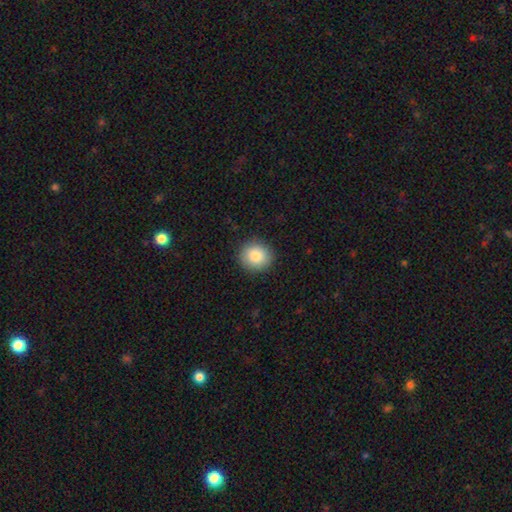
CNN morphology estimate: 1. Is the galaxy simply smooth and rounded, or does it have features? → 84% smooth, 8% star or artifact, 8% featured or disk.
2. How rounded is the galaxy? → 88% round, 11% in between, 1% cigar-shaped.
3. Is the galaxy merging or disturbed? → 91% none, 6% minor disturbance, 2% major disturbance, 1% merger.